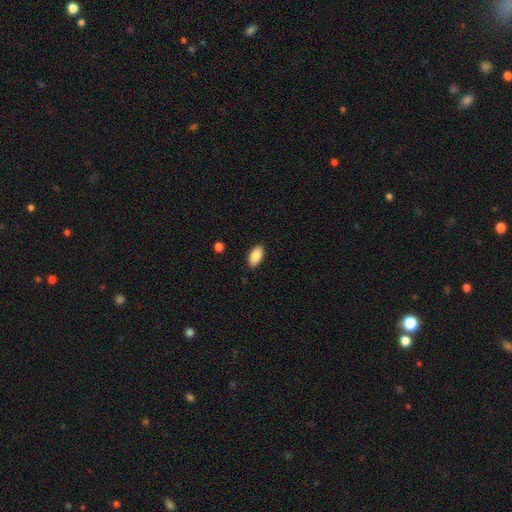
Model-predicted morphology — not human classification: This appears to be a smooth galaxy with no disk features (88%) that is in between round and cigar-shaped (93%). Merging: none (89%).